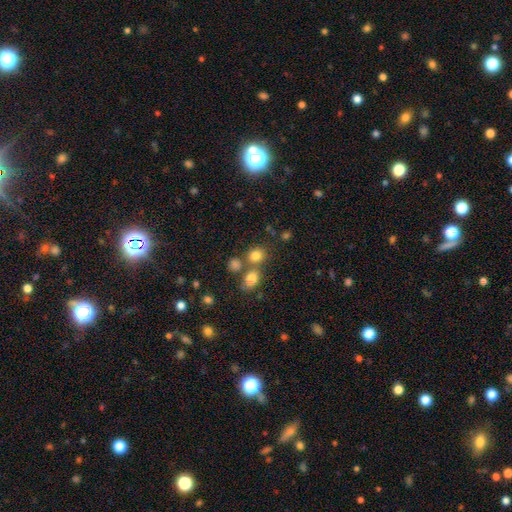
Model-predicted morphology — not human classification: This appears to be a smooth galaxy with no disk features (78%) that is round (74%). Merging: none (59%).